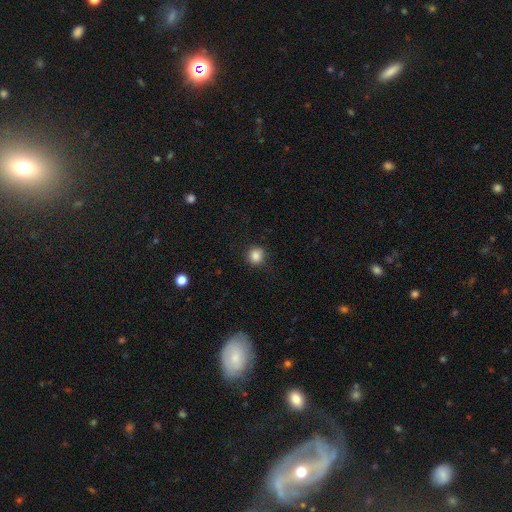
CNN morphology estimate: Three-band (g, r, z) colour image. It shows a smooth galaxy with no disk features (86%) that is round (92%). Merging: none (85%).